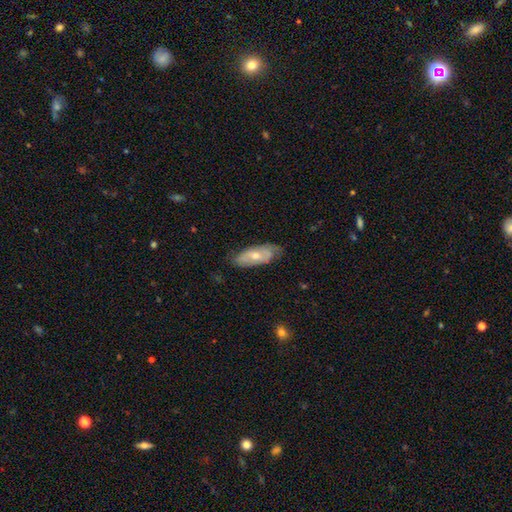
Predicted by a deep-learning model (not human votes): Smooth or featured? Predicted: smooth (p=0.48). Merging? Predicted: none (p=0.68).